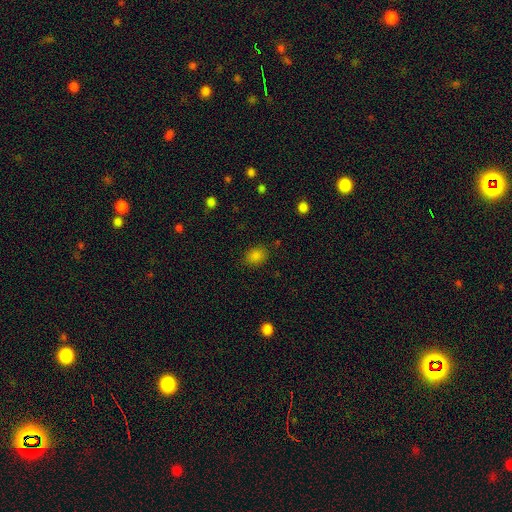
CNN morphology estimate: Q: Smooth or featured?
A: smooth (82%); runner-up: star or artifact (13%)
Q: How rounded?
A: in between (55%); runner-up: round (44%)
Q: Merging?
A: none (83%); runner-up: minor disturbance (12%)